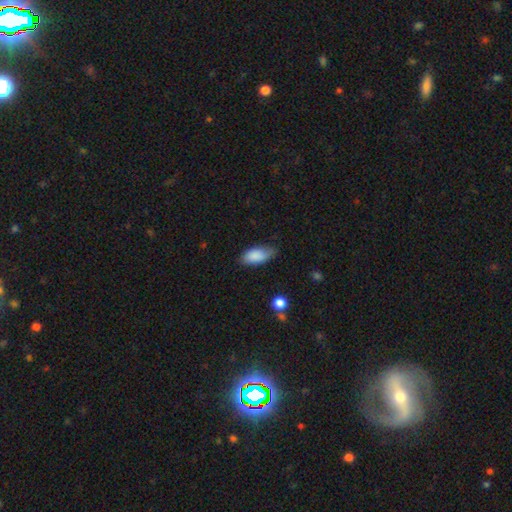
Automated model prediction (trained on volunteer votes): A smooth galaxy with no disk features (85%) that is in between round and cigar-shaped (90%).

Vote fractions:
- Smooth or featured? smooth: 85% / featured or disk: 9% / star or artifact: 6%
- How rounded? in between: 90% / cigar-shaped: 7% / round: 2%
- Merging? none: 68% / minor disturbance: 26% / major disturbance: 5% / merger: 2%